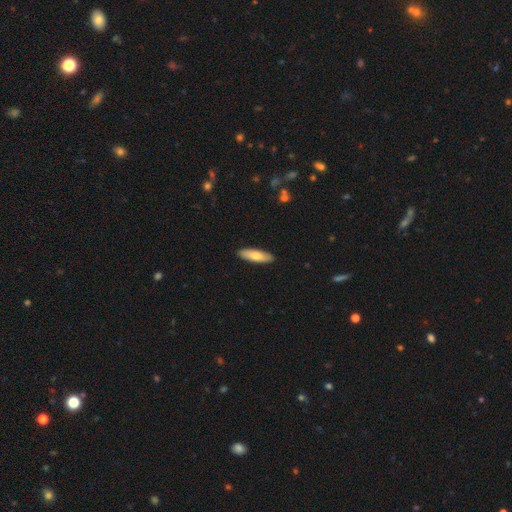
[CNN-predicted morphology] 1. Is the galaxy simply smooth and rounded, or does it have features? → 75% smooth, 20% featured or disk, 5% star or artifact.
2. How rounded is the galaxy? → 55% cigar-shaped, 44% in between, 2% round.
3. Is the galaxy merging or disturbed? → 90% none, 8% minor disturbance, 1% major disturbance, 1% merger.